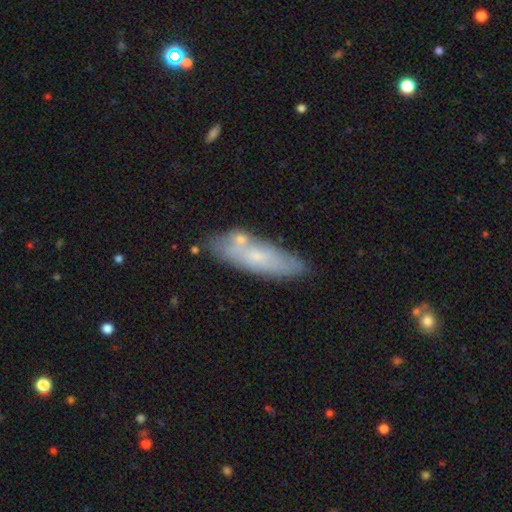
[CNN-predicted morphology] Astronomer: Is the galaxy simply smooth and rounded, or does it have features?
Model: smooth — 55% (runner-up: featured or disk, 37%).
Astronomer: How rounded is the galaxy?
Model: cigar-shaped — 51% (runner-up: in between, 47%).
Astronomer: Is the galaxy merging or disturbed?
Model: none — 70%.